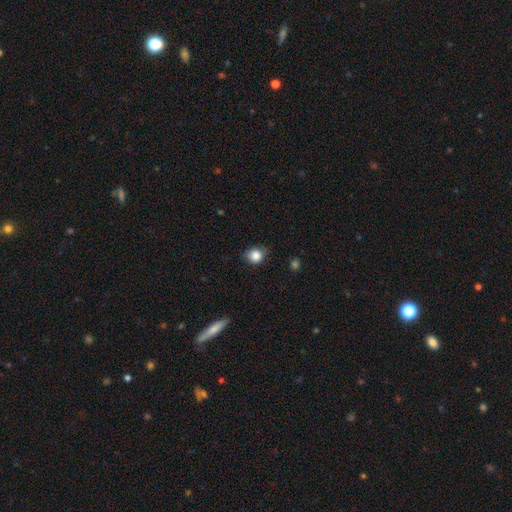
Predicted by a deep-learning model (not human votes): Overall: smooth (84%). How rounded: round (69%; in between 30%). Merging: none (68%).